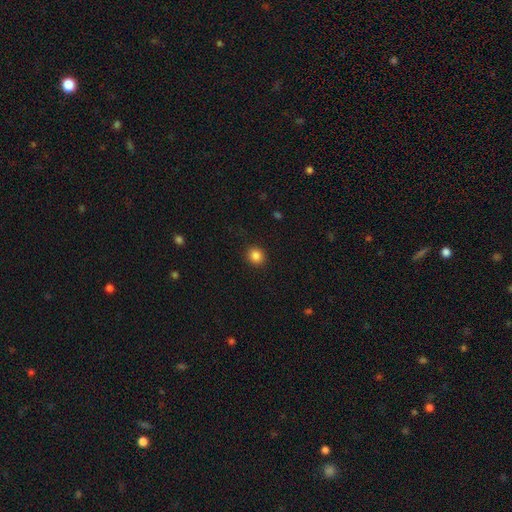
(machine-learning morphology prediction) This appears to be a smooth galaxy with no disk features (86%) that is round (85%). Merging: none (91%).